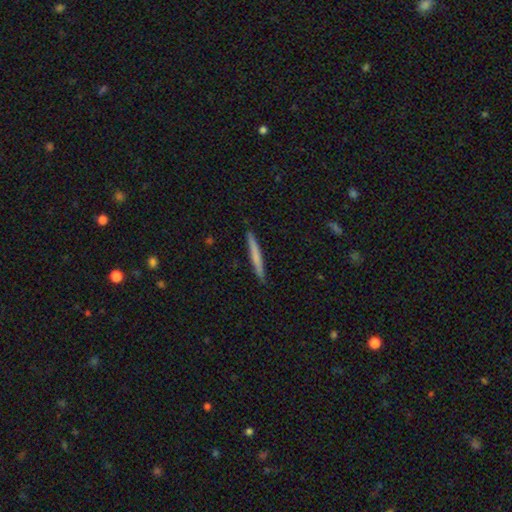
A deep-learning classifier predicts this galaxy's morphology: A smooth galaxy with no disk features (63%) that is cigar-shaped (96%). Merging: none (91%).